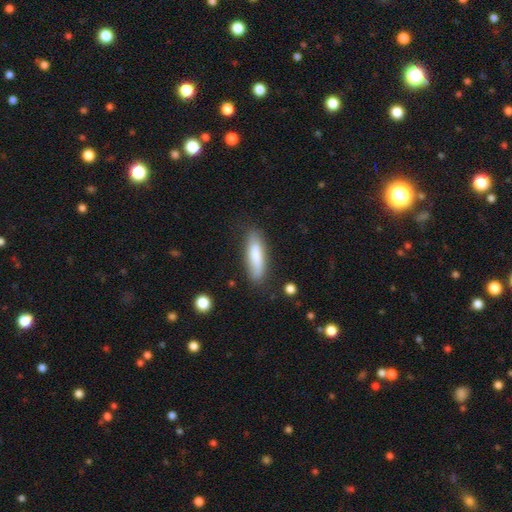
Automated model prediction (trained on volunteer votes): Morphology: type=smooth (77%); roundness=cigar-shaped (61%); merging=none (77%).